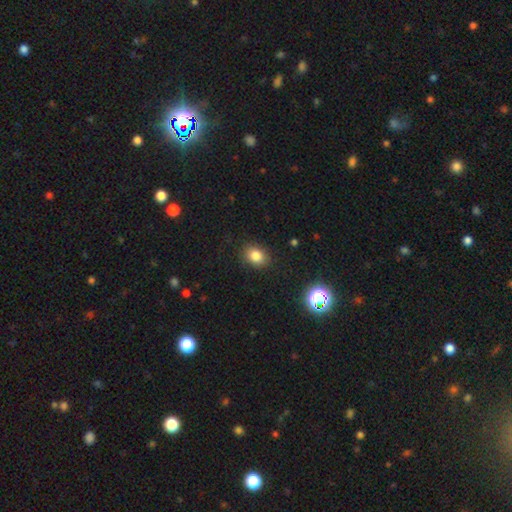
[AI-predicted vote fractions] Smooth or featured? Predicted: smooth (p=0.82). How rounded? Predicted: in between (p=0.59). Merging? Predicted: none (p=0.86).